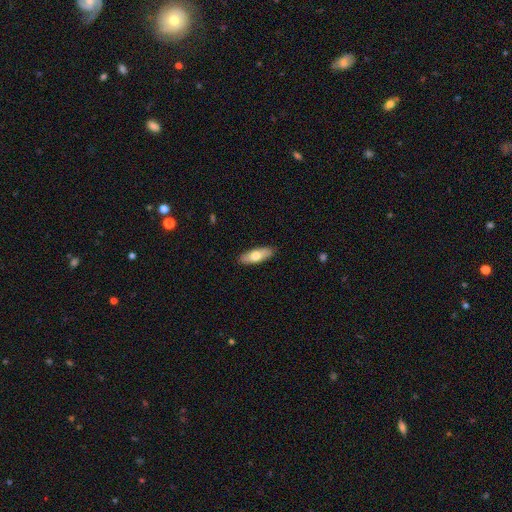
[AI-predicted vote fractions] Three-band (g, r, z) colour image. It shows a smooth galaxy with no disk features (70%) that is in between round and cigar-shaped (67%). Merging: none (89%).